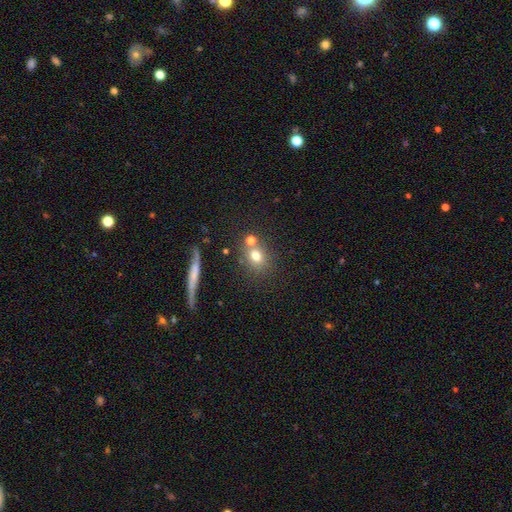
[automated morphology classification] This is likely a smooth galaxy (72%). How rounded: likely round (67%). Merging: likely none (64%).